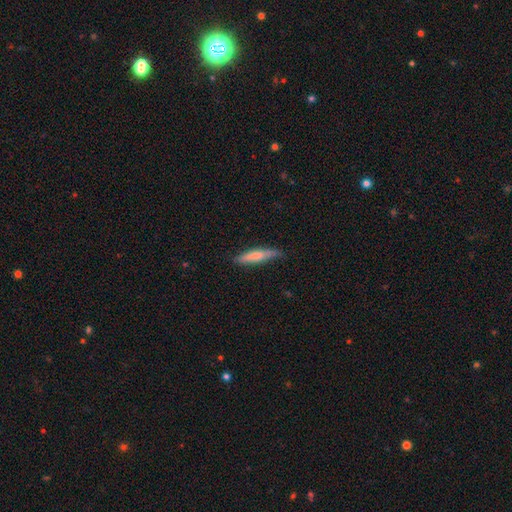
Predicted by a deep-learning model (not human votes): Smooth or featured? Predicted: smooth (p=0.71). How rounded? Predicted: cigar-shaped (p=0.86). Merging? Predicted: none (p=0.74).